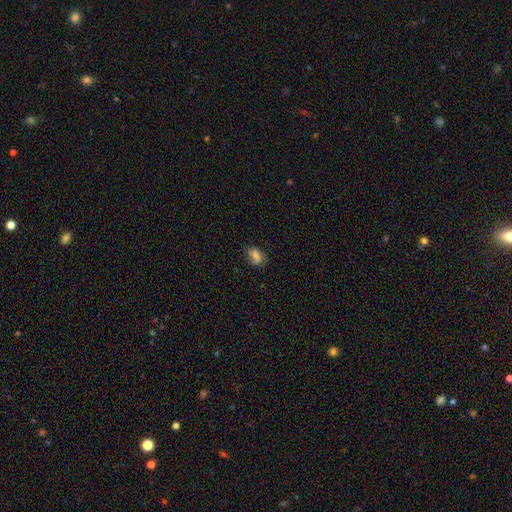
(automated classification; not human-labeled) Morphology: type=smooth (73%); roundness=in between (77%); merging=none (67%).